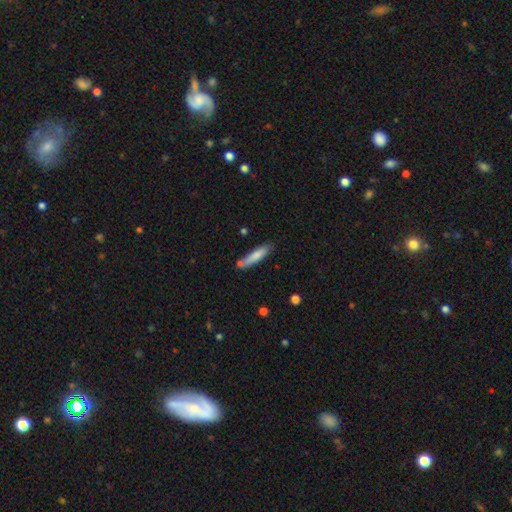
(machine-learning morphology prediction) A smooth galaxy with no disk features (78%) that is cigar-shaped (85%).

Vote fractions:
- Smooth or featured? smooth: 78% / featured or disk: 16% / star or artifact: 6%
- How rounded? cigar-shaped: 85% / in between: 14% / round: 1%
- Merging? none: 72% / minor disturbance: 17% / merger: 8% / major disturbance: 3%